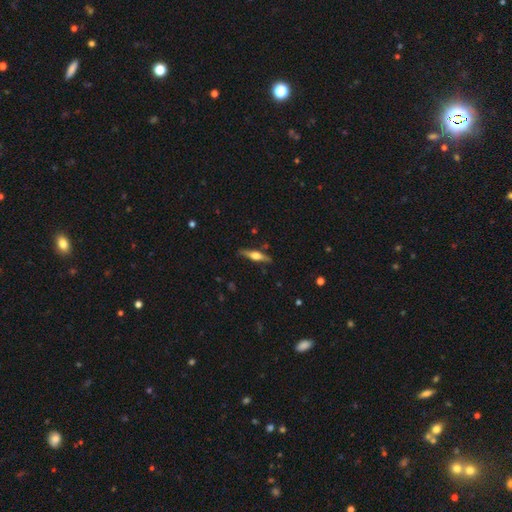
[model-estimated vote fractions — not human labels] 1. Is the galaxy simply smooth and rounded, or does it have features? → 64% featured or disk, 30% smooth, 6% star or artifact.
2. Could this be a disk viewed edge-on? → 96% yes, 4% no.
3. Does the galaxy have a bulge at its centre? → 90% rounded, 8% boxy, 3% none.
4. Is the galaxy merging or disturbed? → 86% none, 11% minor disturbance, 2% major disturbance, 2% merger.